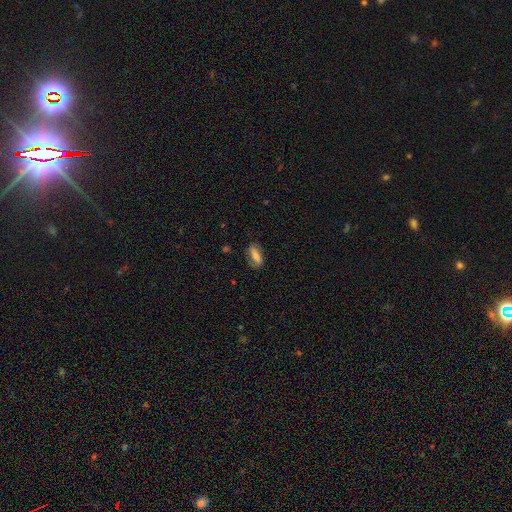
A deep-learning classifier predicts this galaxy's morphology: This is possibly a smooth galaxy (56%). How rounded: likely in between (76%). Merging: likely none (70%).